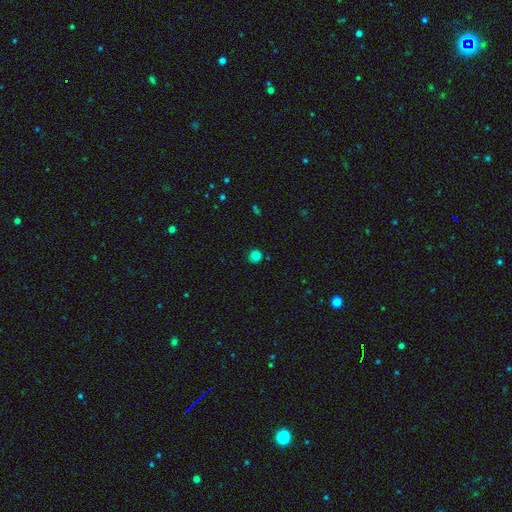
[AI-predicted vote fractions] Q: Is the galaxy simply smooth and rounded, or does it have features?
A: smooth — 82%.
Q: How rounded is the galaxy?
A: round — 92%.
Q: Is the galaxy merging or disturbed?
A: none — 85%.